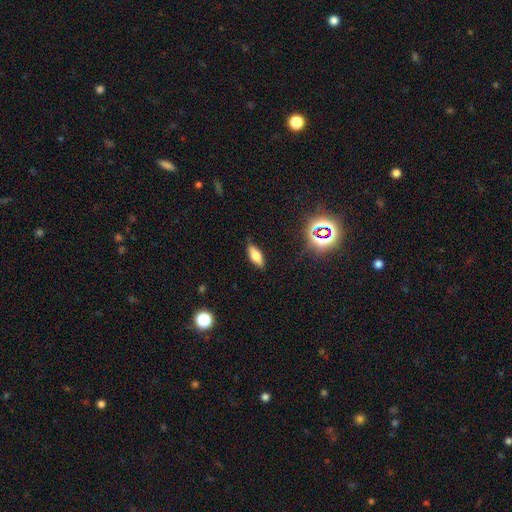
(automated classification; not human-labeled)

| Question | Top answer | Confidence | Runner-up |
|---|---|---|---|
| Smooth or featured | smooth | 65% | featured or disk (23%) |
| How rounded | in between | 67% | cigar-shaped (30%) |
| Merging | none | 84% | minor disturbance (12%) |